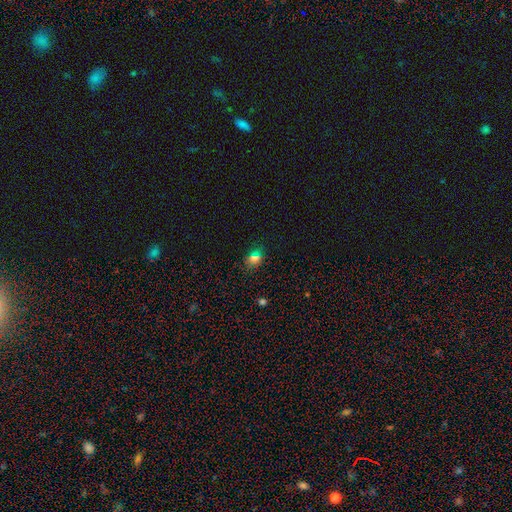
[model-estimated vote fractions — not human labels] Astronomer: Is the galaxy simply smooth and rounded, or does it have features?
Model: smooth — 64%.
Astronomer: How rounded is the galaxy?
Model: in between — 49% (runner-up: round, 48%).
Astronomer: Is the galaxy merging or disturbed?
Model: none — 84%.